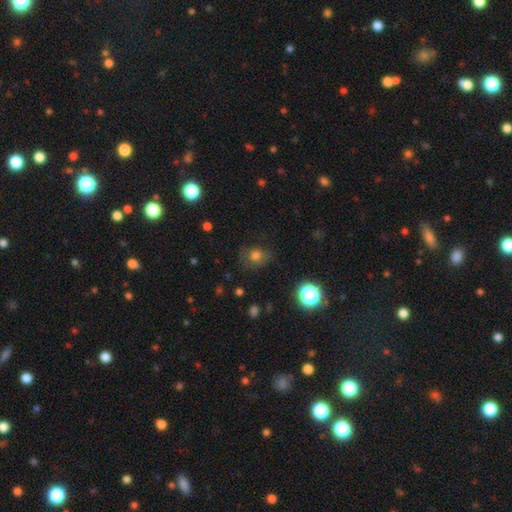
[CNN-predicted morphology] This appears to be a smooth galaxy with no disk features (72%) that is round (67%). Merging: none (67%).